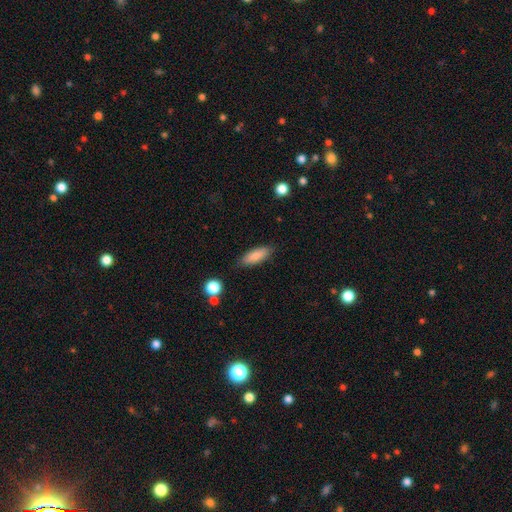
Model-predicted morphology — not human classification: smooth-or-featured: smooth: 85% | featured or disk: 8% | star or artifact: 7%
  how-rounded: in between: 61% | cigar-shaped: 37% | round: 2%
  merging: none: 84% | minor disturbance: 12% | major disturbance: 3% | merger: 2%